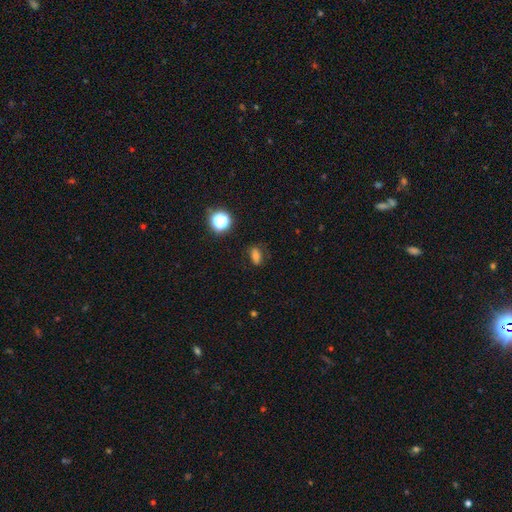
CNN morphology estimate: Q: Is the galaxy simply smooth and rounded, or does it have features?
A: smooth — 70%.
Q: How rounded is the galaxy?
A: in between — 77%.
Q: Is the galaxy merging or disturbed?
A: none — 80%.